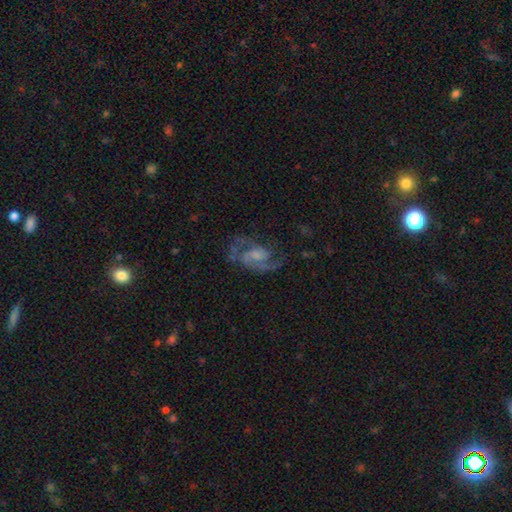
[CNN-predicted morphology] Q: Smooth or featured?
A: featured or disk (84%); runner-up: smooth (9%)
Q: Edge-on disk?
A: no (97%); runner-up: yes (3%)
Q: Bar?
A: no (46%); runner-up: weak (44%)
Q: Spiral arms?
A: yes (94%); runner-up: no (6%)
Q: Spiral winding?
A: medium (55%); runner-up: loose (25%)
Q: Spiral arm count?
A: 2 (83%); runner-up: can't tell (6%)
Q: Bulge size?
A: small (39%); runner-up: moderate (30%)
Q: Merging?
A: none (62%); runner-up: minor disturbance (19%)